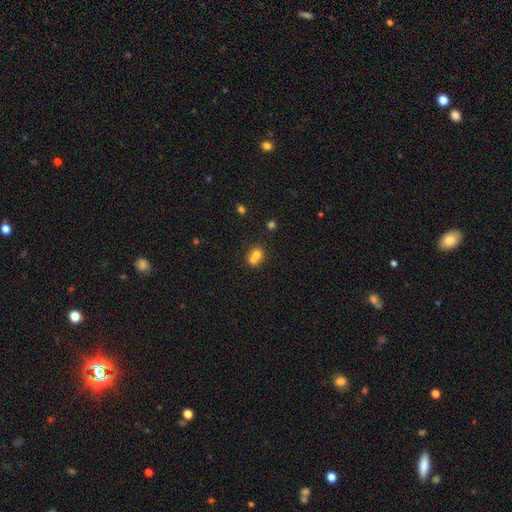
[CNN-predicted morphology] Smooth or featured? smooth (70%)
How rounded? round (74%)
Merging? merger (61%)